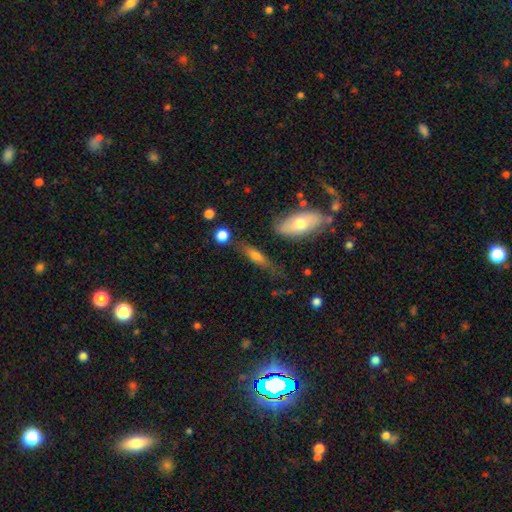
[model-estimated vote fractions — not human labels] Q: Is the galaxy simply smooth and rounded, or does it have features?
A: smooth — 59%.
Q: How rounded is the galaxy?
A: cigar-shaped — 64%.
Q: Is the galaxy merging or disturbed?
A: none — 66%.